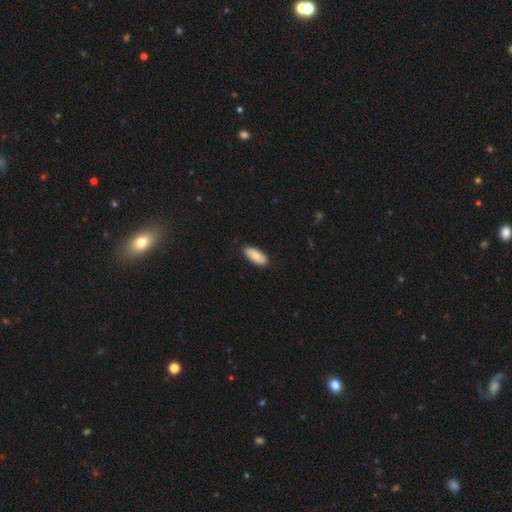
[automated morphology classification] This appears to be a smooth galaxy with no disk features (84%) that is in between round and cigar-shaped (84%). Merging: none (85%).